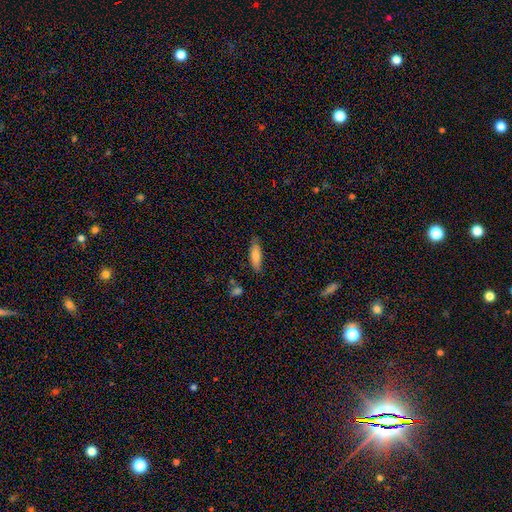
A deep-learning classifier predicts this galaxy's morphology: This is likely a smooth galaxy (77%). How rounded: possibly in between (54%). Merging: likely none (80%).